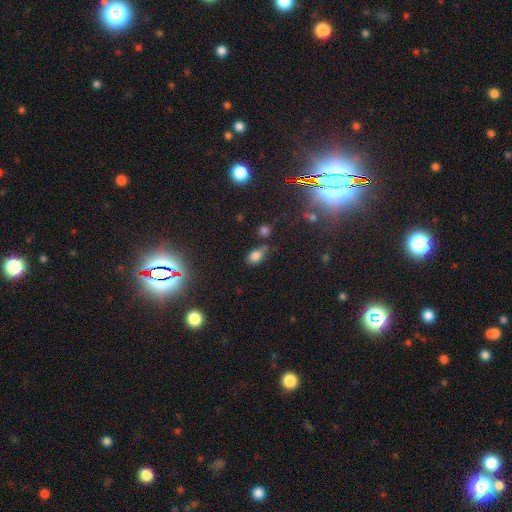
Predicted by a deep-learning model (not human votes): This appears to be a smooth galaxy with no disk features (76%) that is in between round and cigar-shaped (80%). Merging: none (51%).